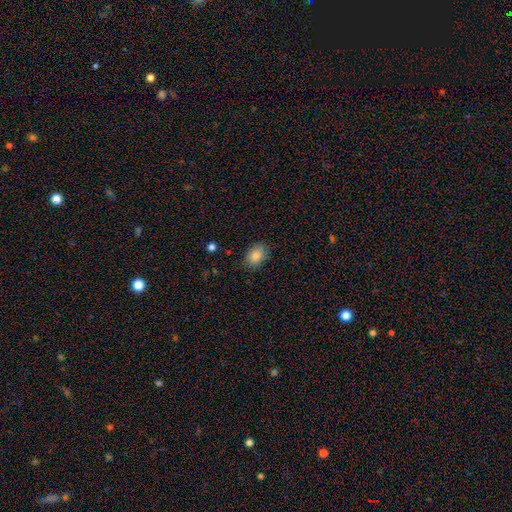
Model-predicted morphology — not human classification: A smooth galaxy with no disk features (85%) that is in between round and cigar-shaped (78%). Merging: none (83%).